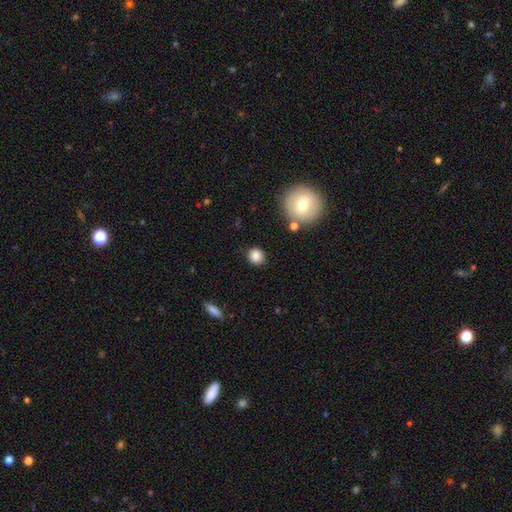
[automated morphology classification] Smooth or featured: smooth — 83% (star or artifact — 11%)
How rounded: round — 82% (in between — 16%)
Merging: none — 84% (minor disturbance — 10%)